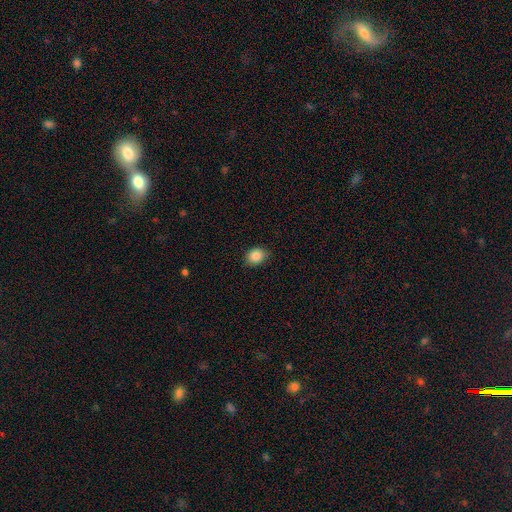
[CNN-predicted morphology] smooth_or_featured: smooth (p=0.87) [alt: star or artifact p=0.09]
how_rounded: round (p=0.53) [alt: in between p=0.46]
merging: none (p=0.82) [alt: minor disturbance p=0.15]